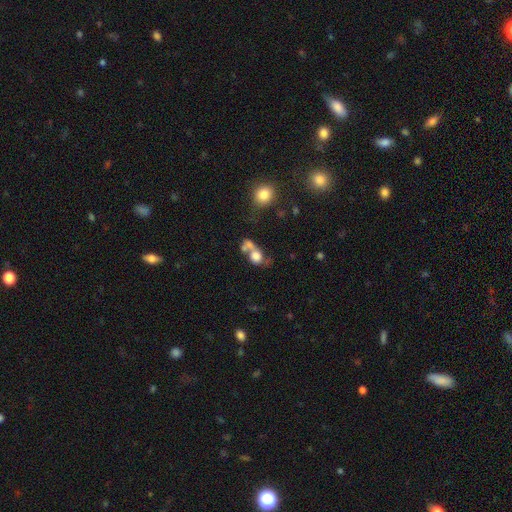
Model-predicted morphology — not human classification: The model was most divided on "how rounded": round: 58%, in between: 40%, cigar-shaped: 2%. More confident: smooth or featured — smooth (64%); merging — merger (57%).